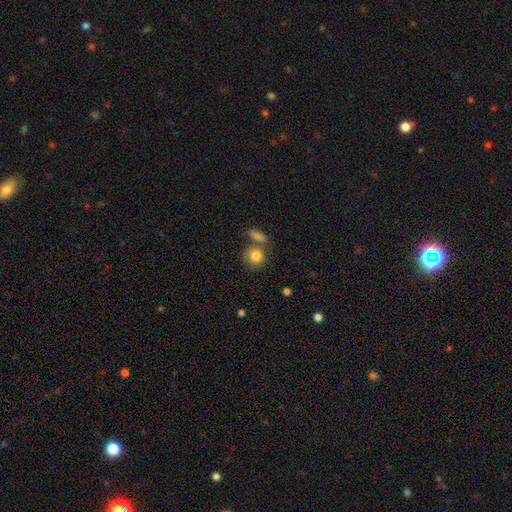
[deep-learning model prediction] This appears to be a smooth galaxy with no disk features (83%) that is round (83%). Merging: none (60%).